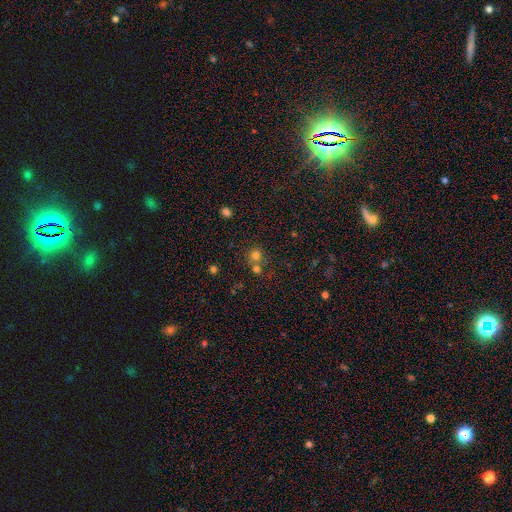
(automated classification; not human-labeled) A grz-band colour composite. It shows a smooth galaxy with no disk features (73%) that is round (89%). Merging: none (57%).